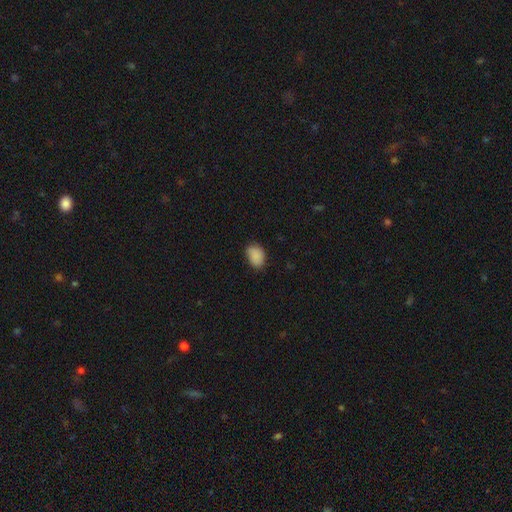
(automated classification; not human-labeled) Smooth or featured?
  - smooth: 88% *
  - star or artifact: 8%
  - featured or disk: 4%
How rounded?
  - in between: 79% *
  - round: 20%
  - cigar-shaped: 1%
Merging?
  - none: 75% *
  - minor disturbance: 20%
  - major disturbance: 4%
  - merger: 1%